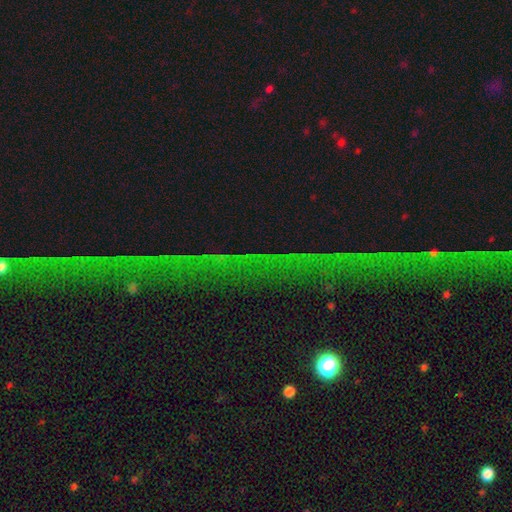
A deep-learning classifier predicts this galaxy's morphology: Smooth or featured?
  - star or artifact: 83% *
  - featured or disk: 10%
  - smooth: 7%